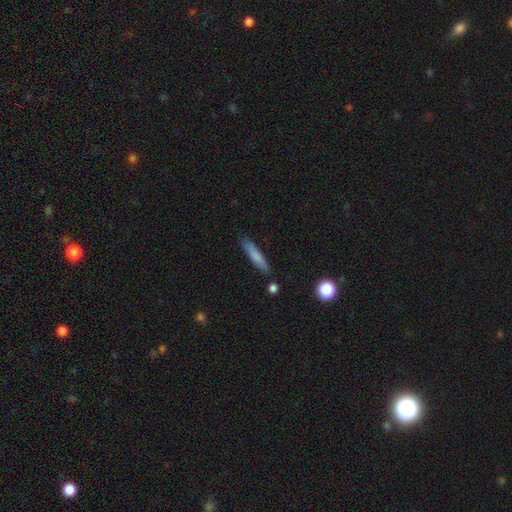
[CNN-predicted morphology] This is likely a smooth galaxy (77%). How rounded: clearly cigar-shaped (89%). Merging: clearly none (84%).